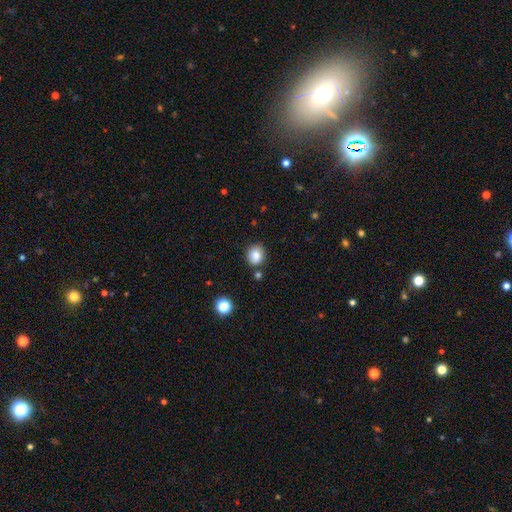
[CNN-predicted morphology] type=smooth (84%); roundness=round (72%); merging=none (79%).